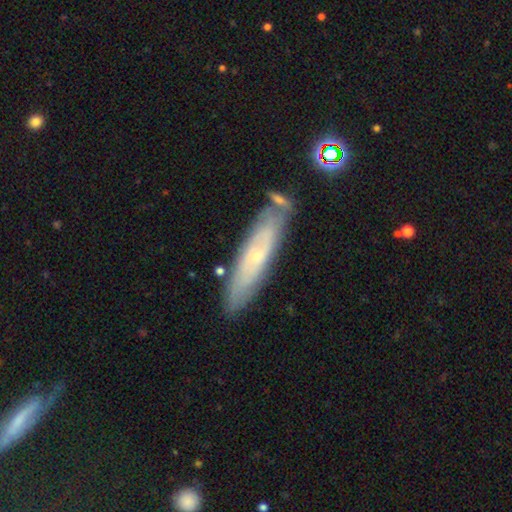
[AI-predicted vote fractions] featured or disk 56%, smooth 37%, star or artifact 8%. Down the decision tree: edge-on disk — no (55%); merging — none (70%).